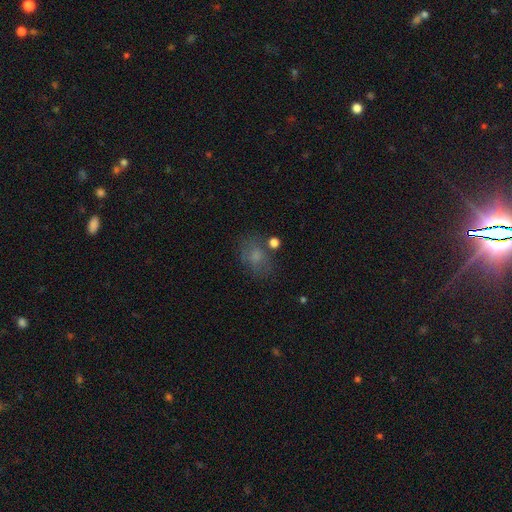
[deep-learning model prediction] Smooth or featured? Predicted: smooth (p=0.64). How rounded? Predicted: in between (p=0.67). Merging? Predicted: none (p=0.59).